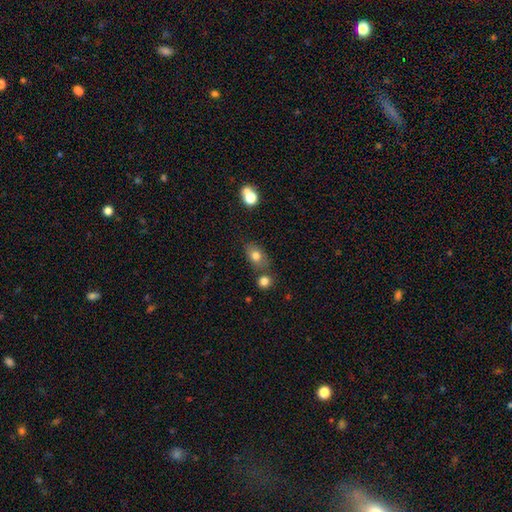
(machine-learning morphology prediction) type=smooth (77%); roundness=in between (81%); merging=none (69%).